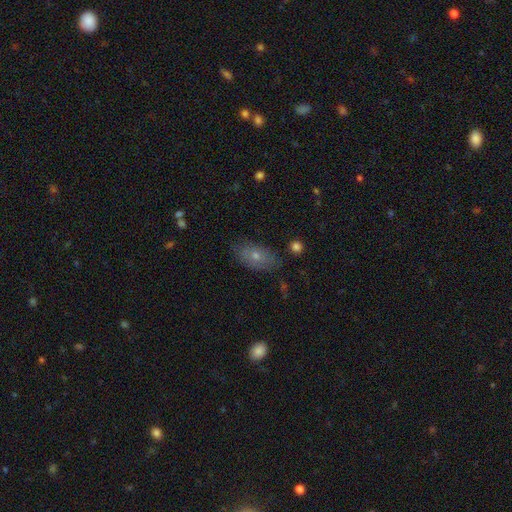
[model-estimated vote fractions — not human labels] This is possibly a smooth galaxy (57%). How rounded: clearly in between (87%). Merging: likely none (78%).